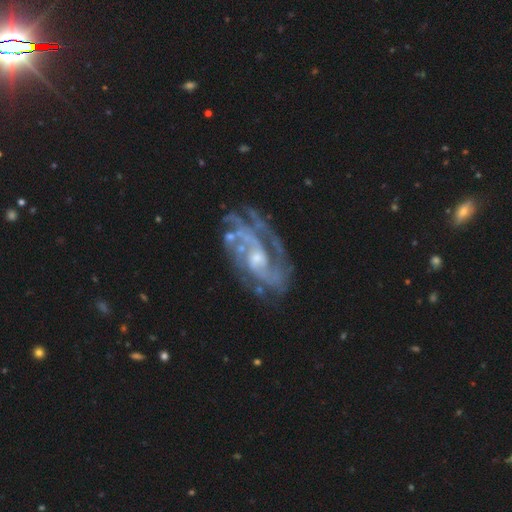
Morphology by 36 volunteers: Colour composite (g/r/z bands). It shows a featured or disk galaxy (97%) with no bar (66%), 2 (43%) tight (49%) spiral arms (100%) and a small central bulge (57%). Merging: none (71%).